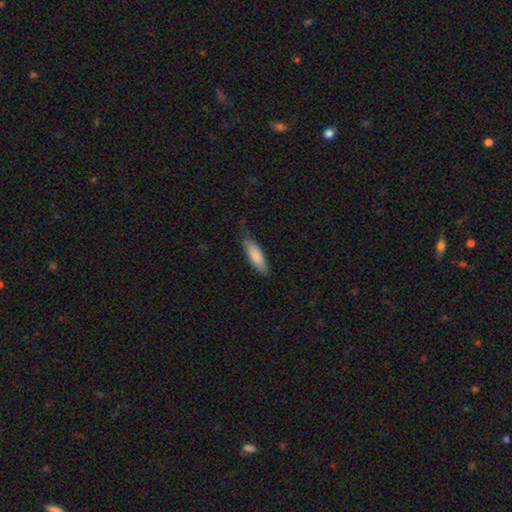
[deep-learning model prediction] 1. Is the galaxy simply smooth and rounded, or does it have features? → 83% smooth, 12% featured or disk, 5% star or artifact.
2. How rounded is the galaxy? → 54% in between, 45% cigar-shaped, 2% round.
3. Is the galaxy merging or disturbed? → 66% none, 27% minor disturbance, 6% major disturbance, 1% merger.